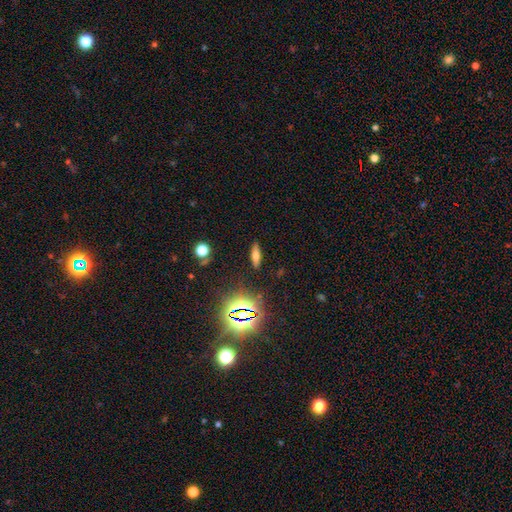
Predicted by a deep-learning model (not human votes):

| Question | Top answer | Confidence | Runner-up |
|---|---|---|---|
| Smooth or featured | smooth | 55% | featured or disk (26%) |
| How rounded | cigar-shaped | 53% | in between (42%) |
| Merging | none | 87% | minor disturbance (8%) |